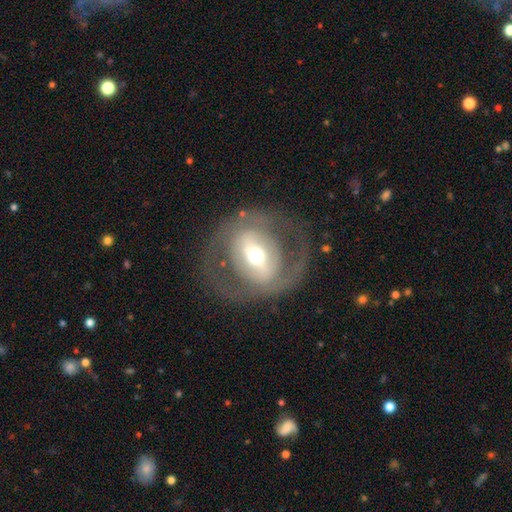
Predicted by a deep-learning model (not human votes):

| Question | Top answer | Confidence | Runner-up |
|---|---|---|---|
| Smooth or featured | featured or disk | 71% | smooth (22%) |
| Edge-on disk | no | 92% | yes (8%) |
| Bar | strong | 47% | weak (28%) |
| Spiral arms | no | 60% | yes (40%) |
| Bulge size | moderate | 61% | small (23%) |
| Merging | none | 72% | major disturbance (16%) |